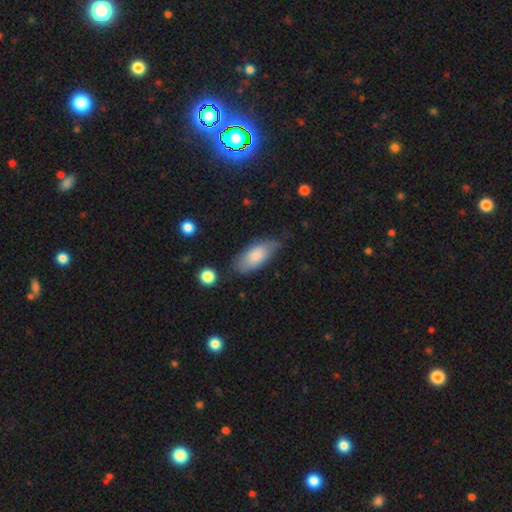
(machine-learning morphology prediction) Smooth or featured: smooth — 80% (featured or disk — 14%)
How rounded: in between — 86% (cigar-shaped — 12%)
Merging: none — 68% (minor disturbance — 24%)